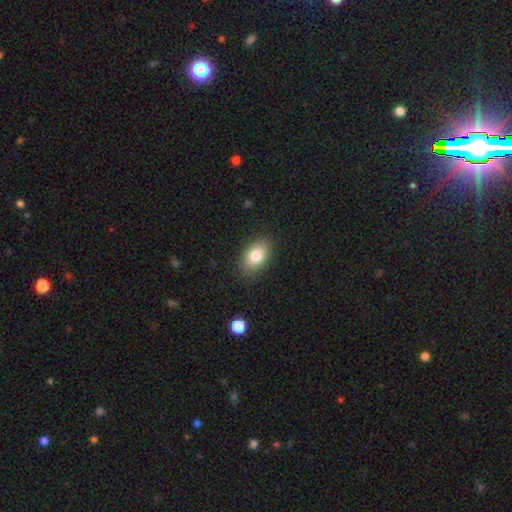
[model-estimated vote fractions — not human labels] Smooth or featured: smooth — 82% (featured or disk — 10%)
How rounded: in between — 88% (round — 11%)
Merging: none — 86% (minor disturbance — 10%)